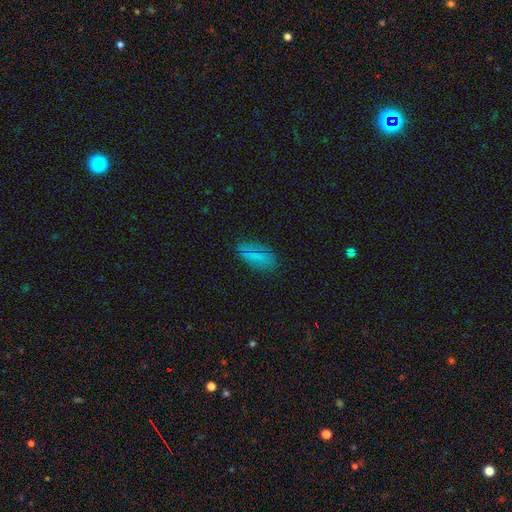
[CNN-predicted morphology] type=smooth (71%); roundness=in between (83%); merging=none (77%).